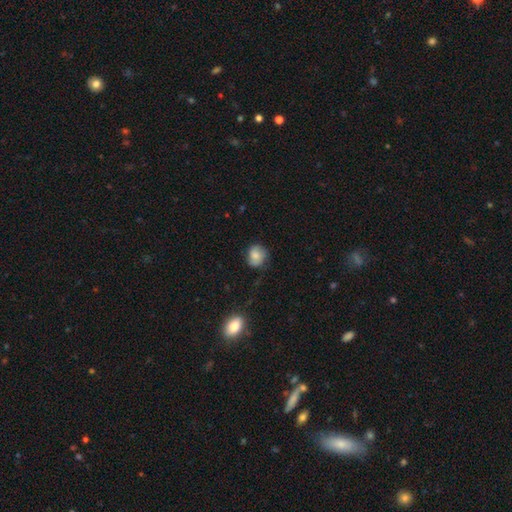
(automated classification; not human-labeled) The model was most divided on "how rounded": round: 71%, in between: 28%, cigar-shaped: 1%. More confident: smooth or featured — smooth (79%); merging — none (69%).